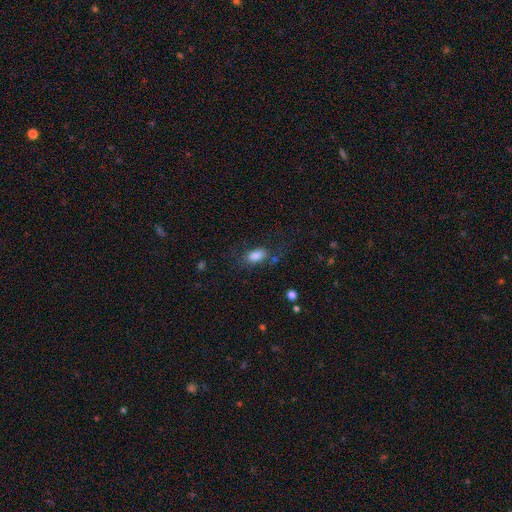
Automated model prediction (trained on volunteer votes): Smooth or featured? smooth (82%)
How rounded? in between (89%)
Merging? none (60%)